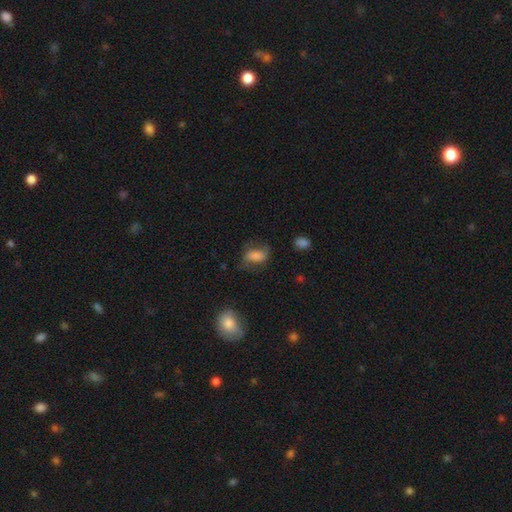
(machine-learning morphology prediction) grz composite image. It shows a smooth galaxy with no disk features (60%) that is in between round and cigar-shaped (84%). Merging: none (55%).